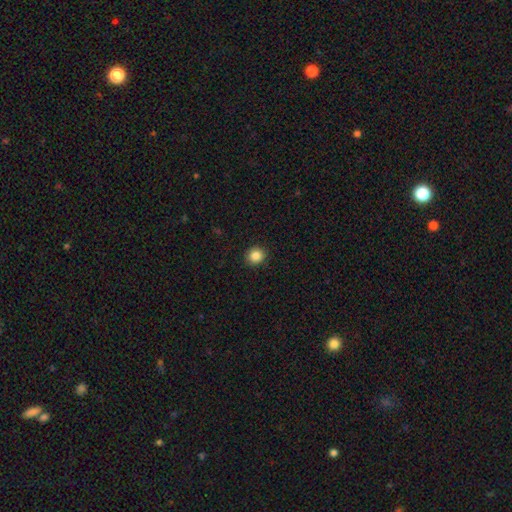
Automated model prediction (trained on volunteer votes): Smooth or featured: smooth — 86% (star or artifact — 10%)
How rounded: round — 88% (in between — 11%)
Merging: none — 92% (minor disturbance — 5%)